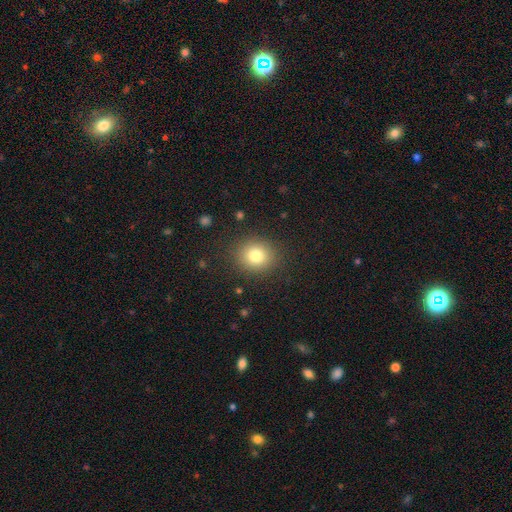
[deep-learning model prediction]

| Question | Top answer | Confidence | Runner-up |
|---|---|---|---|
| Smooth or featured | smooth | 79% | star or artifact (12%) |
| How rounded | round | 81% | in between (18%) |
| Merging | none | 88% | minor disturbance (8%) |